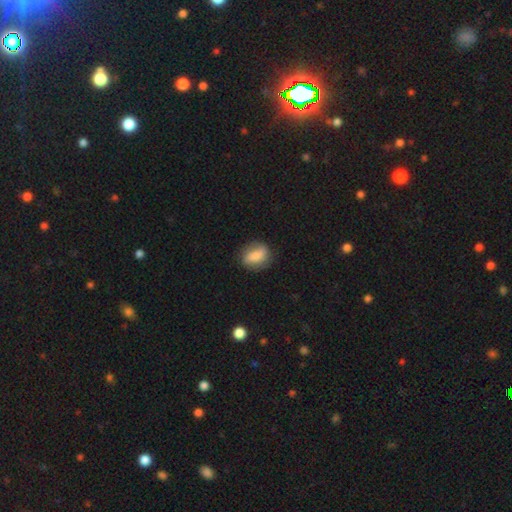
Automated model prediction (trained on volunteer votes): This is likely a smooth galaxy (69%). How rounded: likely in between (68%). Merging: likely none (77%).